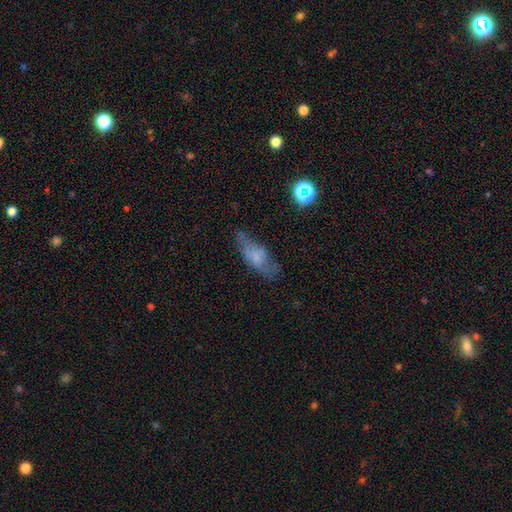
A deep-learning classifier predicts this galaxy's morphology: smooth 54%, featured or disk 33%, star or artifact 12%. Down the decision tree: how rounded — in between (67%); merging — none (56%).